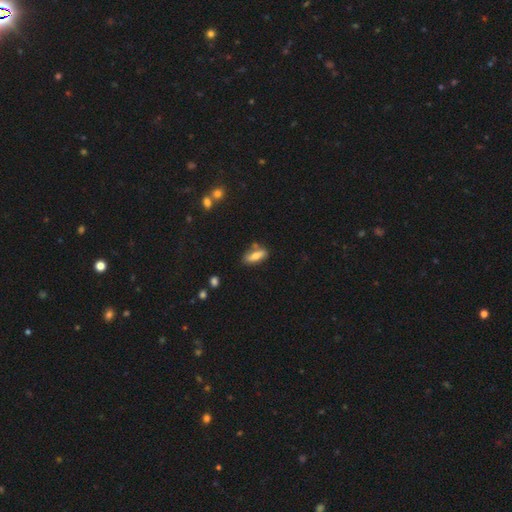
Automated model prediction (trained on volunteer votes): Morphology: type=smooth (67%); roundness=in between (63%); merging=none (71%).